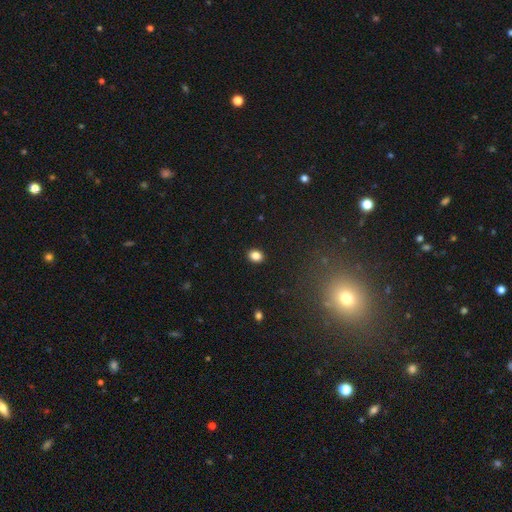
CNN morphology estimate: Smooth or featured: smooth — 85% (star or artifact — 11%)
How rounded: in between — 51% (round — 47%)
Merging: none — 91% (minor disturbance — 7%)